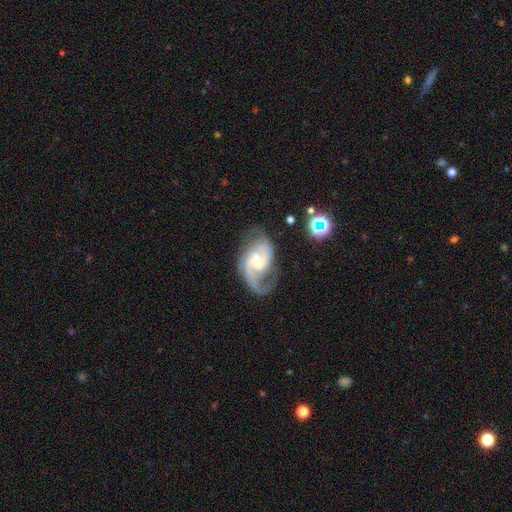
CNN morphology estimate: smooth_or_featured: featured or disk (p=0.89) [alt: smooth p=0.06]
disk_edge_on: no (p=0.97) [alt: yes p=0.03]
bar: weak (p=0.56) [alt: no p=0.28]
has_spiral_arms: yes (p=0.97) [alt: no p=0.03]
spiral_winding: medium (p=0.53) [alt: loose p=0.31]
spiral_arm_count: 2 (p=0.83) [alt: 1 p=0.06]
bulge_size: small (p=0.54) [alt: moderate p=0.36]
merging: none (p=0.63) [alt: minor disturbance p=0.19]